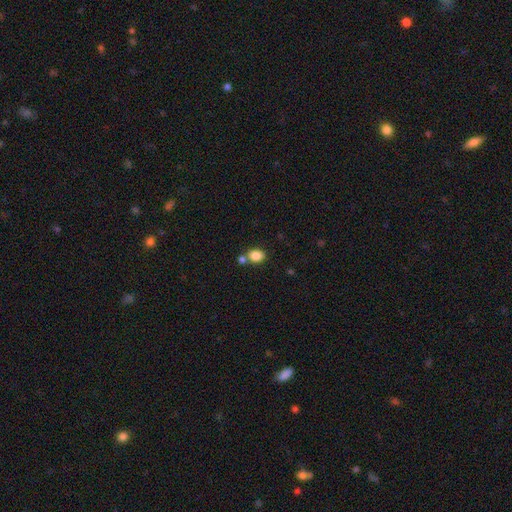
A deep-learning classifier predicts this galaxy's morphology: Overall: smooth (85%). How rounded: in between (57%; round 42%). Merging: none (59%; merger 27%).